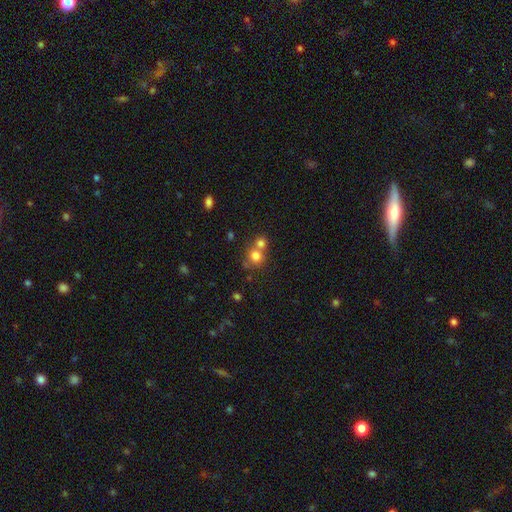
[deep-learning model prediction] Smooth or featured? Predicted: smooth (p=0.76). How rounded? Predicted: round (p=0.84). Merging? Predicted: merger (p=0.49).